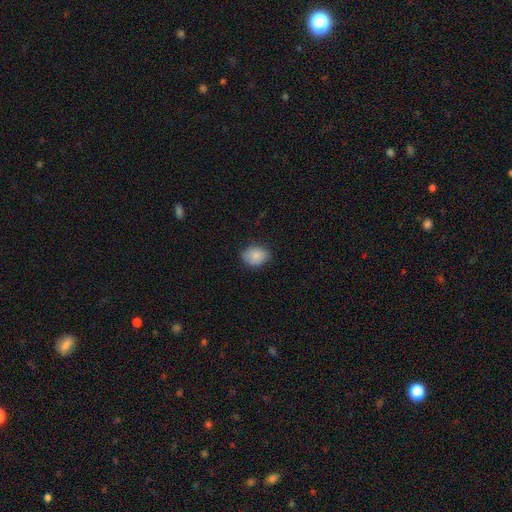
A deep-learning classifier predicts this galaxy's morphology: This appears to be a smooth galaxy with no disk features (86%) that is in between round and cigar-shaped (58%). Merging: none (80%).